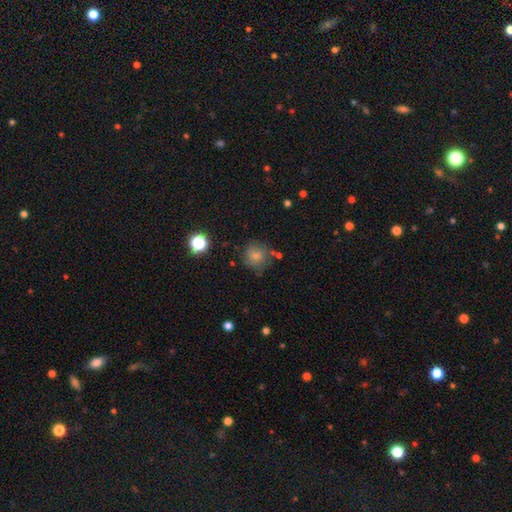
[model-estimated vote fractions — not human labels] Smooth or featured? smooth (75%)
How rounded? round (87%)
Merging? none (69%)